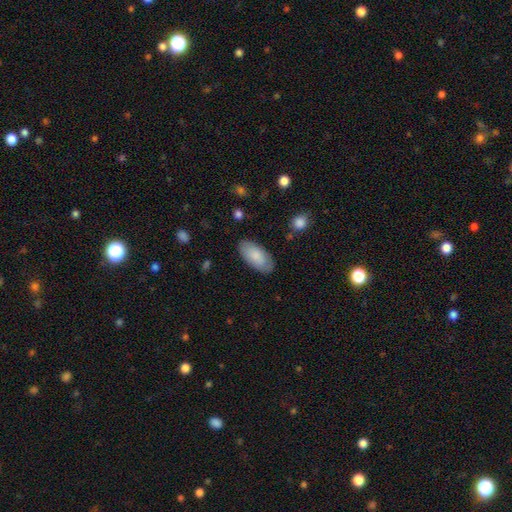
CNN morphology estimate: smooth-or-featured: smooth: 84% | featured or disk: 11% | star or artifact: 6%
  how-rounded: in between: 93% | cigar-shaped: 5% | round: 2%
  merging: none: 85% | minor disturbance: 11% | major disturbance: 3% | merger: 1%